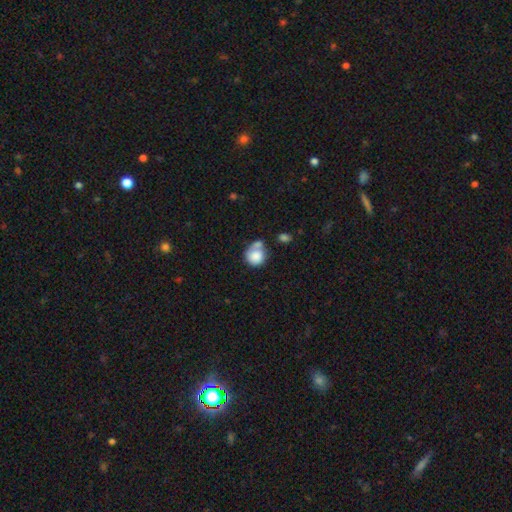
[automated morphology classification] smooth 81%, featured or disk 12%, star or artifact 7%. Down the decision tree: how rounded — round (82%); merging — none (38%).